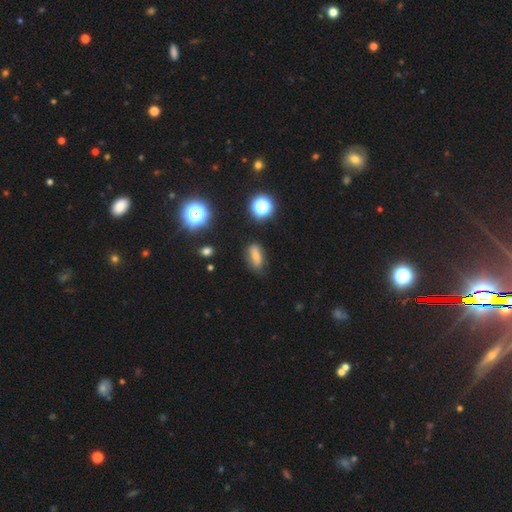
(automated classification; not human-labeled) Morphology: type=smooth (72%); roundness=in between (75%); merging=none (70%).